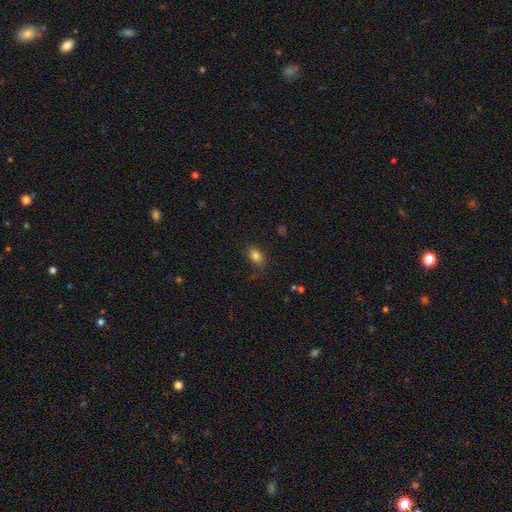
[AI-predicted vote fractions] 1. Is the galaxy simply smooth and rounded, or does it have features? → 83% smooth, 10% star or artifact, 7% featured or disk.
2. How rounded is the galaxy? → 84% in between, 14% round, 2% cigar-shaped.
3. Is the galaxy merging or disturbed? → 81% none, 13% minor disturbance, 4% major disturbance, 1% merger.